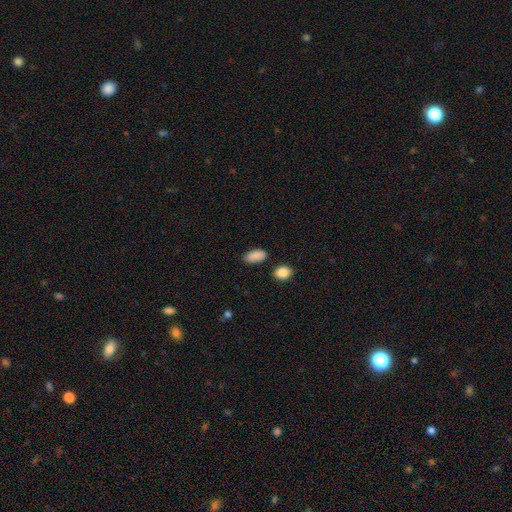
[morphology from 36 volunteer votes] A smooth galaxy with no disk features (100%) that is in between round and cigar-shaped (97%). Merging: none (81%).